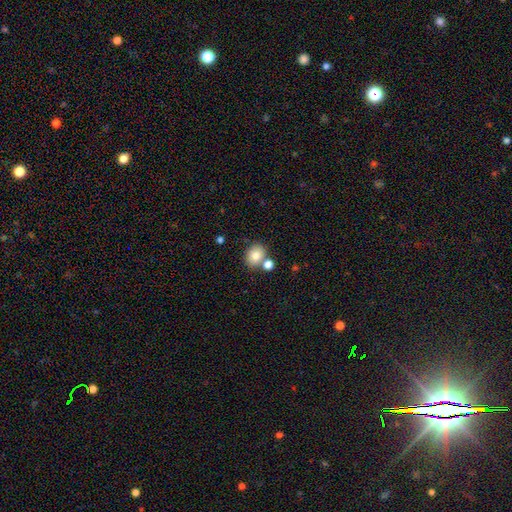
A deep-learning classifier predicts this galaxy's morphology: The model was most divided on "how rounded": round: 56%, in between: 43%, cigar-shaped: 1%. More confident: smooth or featured — smooth (80%); merging — none (63%).